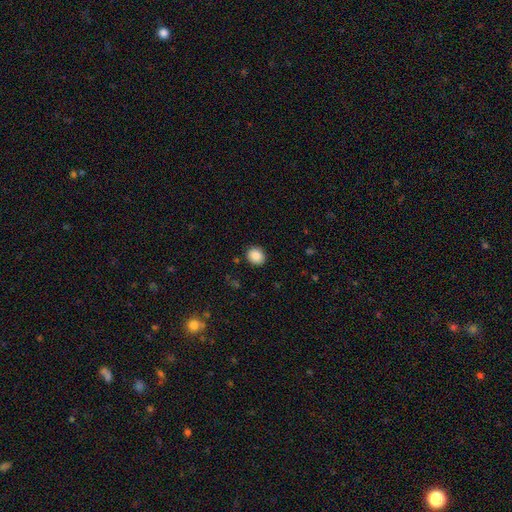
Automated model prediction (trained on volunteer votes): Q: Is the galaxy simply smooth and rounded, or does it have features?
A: smooth — 88%.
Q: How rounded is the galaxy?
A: round — 74%.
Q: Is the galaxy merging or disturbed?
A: none — 90%.